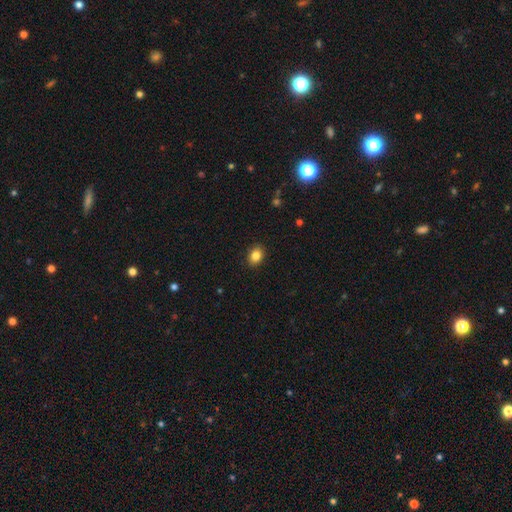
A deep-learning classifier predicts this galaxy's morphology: This is clearly a smooth galaxy (85%). How rounded: likely in between (61%). Merging: clearly none (90%).